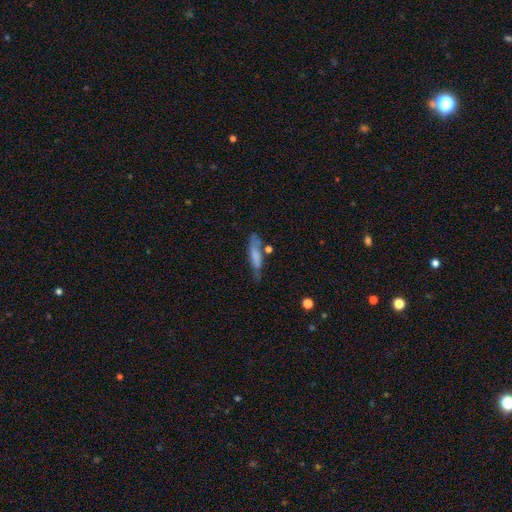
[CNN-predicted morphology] The model was most divided on "merging": none: 52%, minor disturbance: 29%, major disturbance: 11%, merger: 9%. More confident: smooth or featured — smooth (66%); how rounded — cigar-shaped (65%).